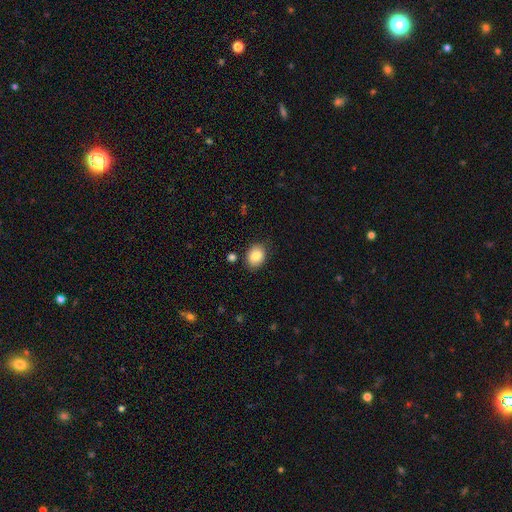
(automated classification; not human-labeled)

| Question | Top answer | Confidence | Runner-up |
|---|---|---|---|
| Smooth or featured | smooth | 85% | star or artifact (8%) |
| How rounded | in between | 67% | round (32%) |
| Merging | none | 82% | minor disturbance (13%) |